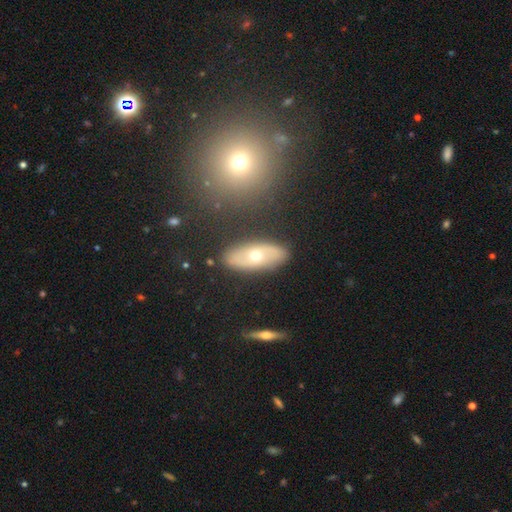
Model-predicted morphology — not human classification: Smooth or featured? Predicted: featured or disk (p=0.52). Edge-on disk? Predicted: no (p=0.78). Merging? Predicted: none (p=0.84).